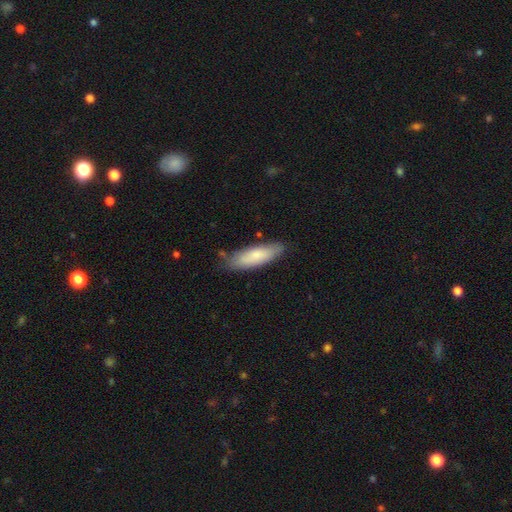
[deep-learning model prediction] Smooth or featured? smooth (78%)
How rounded? cigar-shaped (50%)
Merging? none (78%)